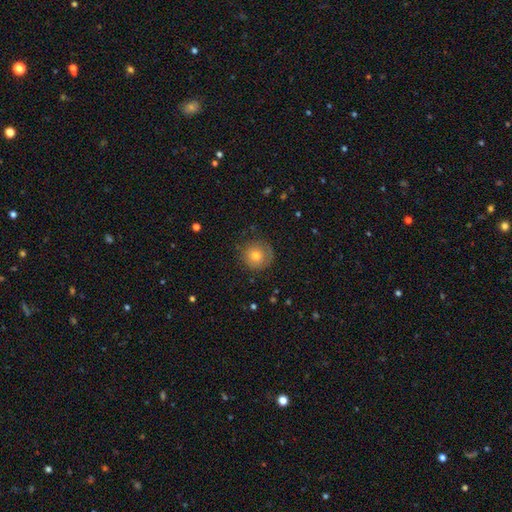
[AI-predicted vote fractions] smooth 69%, featured or disk 20%, star or artifact 11%. Down the decision tree: how rounded — round (94%); merging — none (79%).